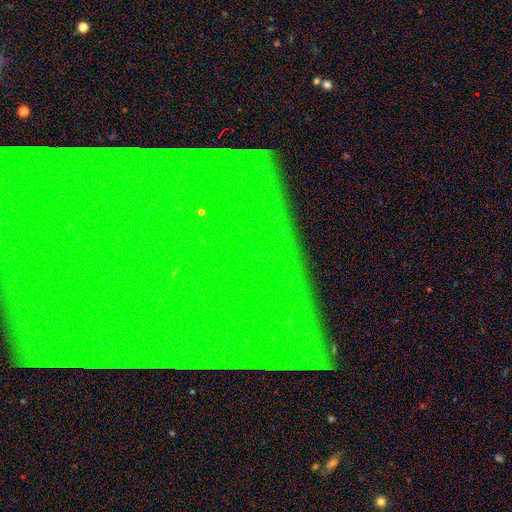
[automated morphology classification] Smooth or featured? Predicted: star or artifact (p=0.84).